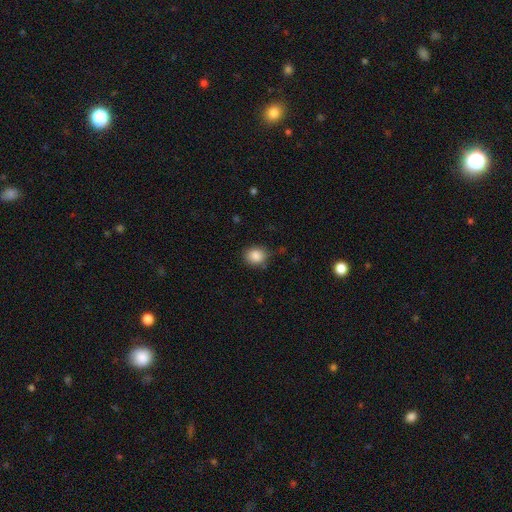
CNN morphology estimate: smooth_or_featured: smooth (p=0.87) [alt: star or artifact p=0.09]
how_rounded: round (p=0.67) [alt: in between p=0.32]
merging: none (p=0.78) [alt: minor disturbance p=0.16]